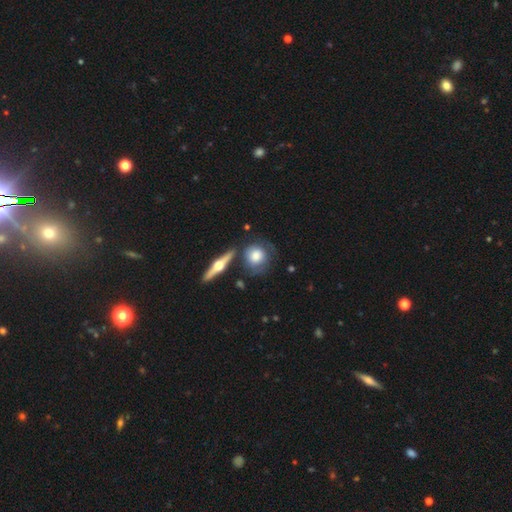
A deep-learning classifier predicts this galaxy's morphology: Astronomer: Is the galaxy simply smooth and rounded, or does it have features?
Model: smooth — 52% (runner-up: featured or disk, 42%).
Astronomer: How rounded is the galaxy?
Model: round — 81%.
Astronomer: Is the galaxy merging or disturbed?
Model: none — 61%.